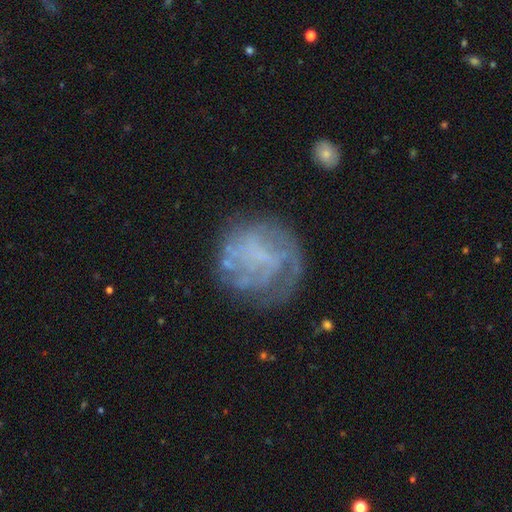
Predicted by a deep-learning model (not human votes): Smooth or featured? featured or disk (63%)
Edge-on disk? no (98%)
Bar? no (66%)
Spiral arms? yes (56%)
Bulge size? none (70%)
Merging? none (61%)